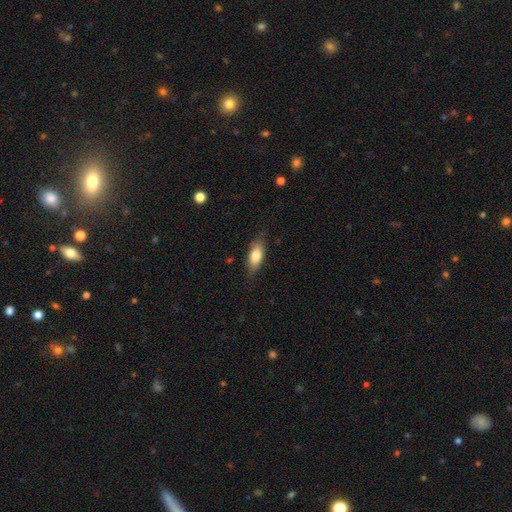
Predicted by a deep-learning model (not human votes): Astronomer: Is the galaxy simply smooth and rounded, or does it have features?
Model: smooth — 75%.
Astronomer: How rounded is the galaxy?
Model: in between — 75%.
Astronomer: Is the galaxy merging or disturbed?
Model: none — 79%.